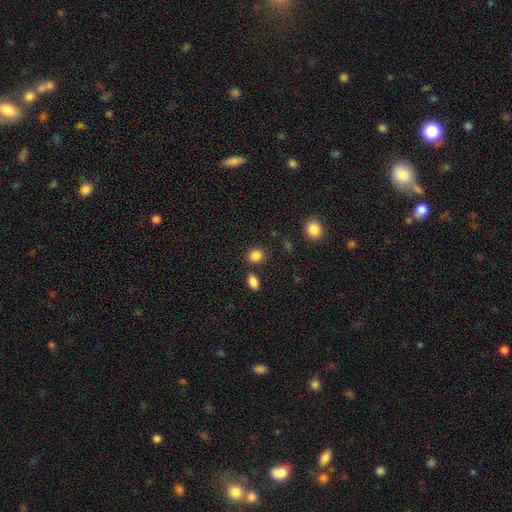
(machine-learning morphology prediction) smooth_or_featured: smooth (p=0.86) [alt: star or artifact p=0.10]
how_rounded: round (p=0.70) [alt: in between p=0.29]
merging: none (p=0.80) [alt: minor disturbance p=0.09]